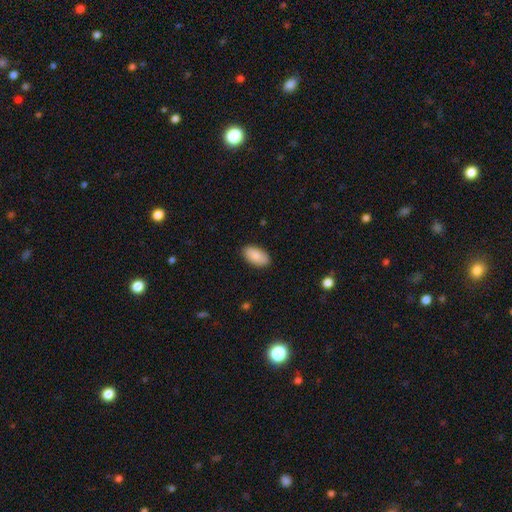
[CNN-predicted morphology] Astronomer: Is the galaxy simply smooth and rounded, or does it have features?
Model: smooth — 88%.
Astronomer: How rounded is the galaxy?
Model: in between — 95%.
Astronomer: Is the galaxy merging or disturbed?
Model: none — 88%.